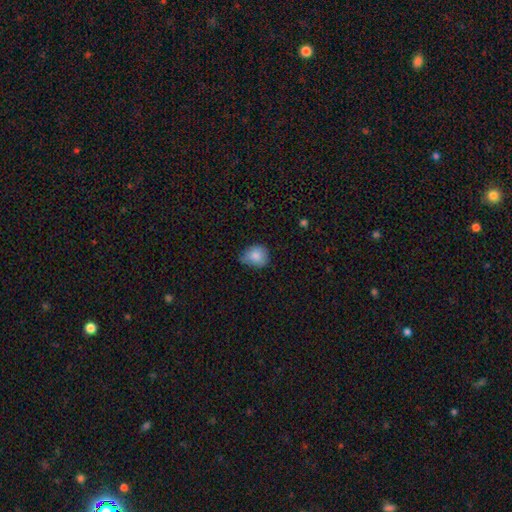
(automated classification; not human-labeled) The model was most divided on "merging": none: 52%, minor disturbance: 39%, major disturbance: 7%, merger: 2%. More confident: smooth or featured — smooth (84%); how rounded — round (66%).